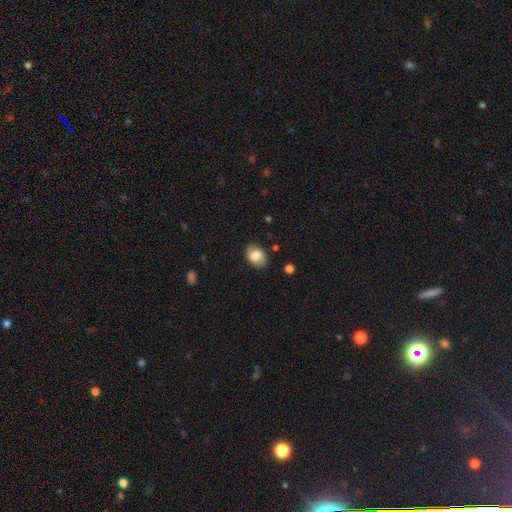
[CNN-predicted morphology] A smooth galaxy with no disk features (80%) that is in between round and cigar-shaped (70%).

Vote fractions:
- Smooth or featured? smooth: 80% / featured or disk: 13% / star or artifact: 8%
- How rounded? in between: 70% / round: 29% / cigar-shaped: 1%
- Merging? none: 80% / minor disturbance: 15% / major disturbance: 4% / merger: 1%